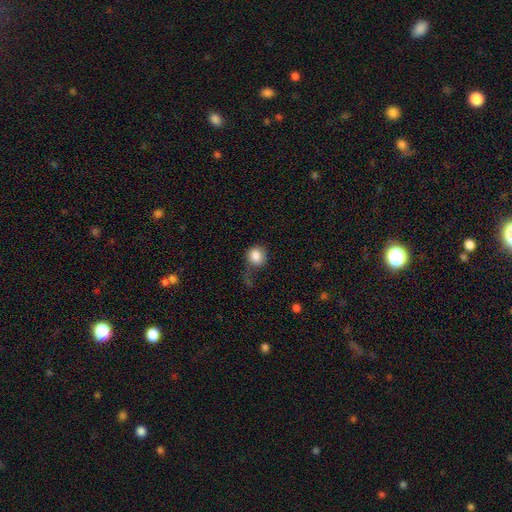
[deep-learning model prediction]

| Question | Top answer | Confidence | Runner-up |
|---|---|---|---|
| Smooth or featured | smooth | 84% | star or artifact (8%) |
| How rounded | round | 79% | in between (20%) |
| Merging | none | 48% | minor disturbance (25%) |